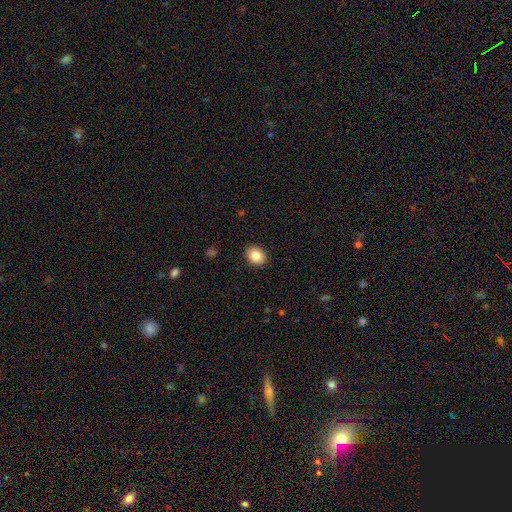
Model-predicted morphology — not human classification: Smooth or featured? Predicted: smooth (p=0.85). How rounded? Predicted: in between (p=0.54). Merging? Predicted: none (p=0.90).